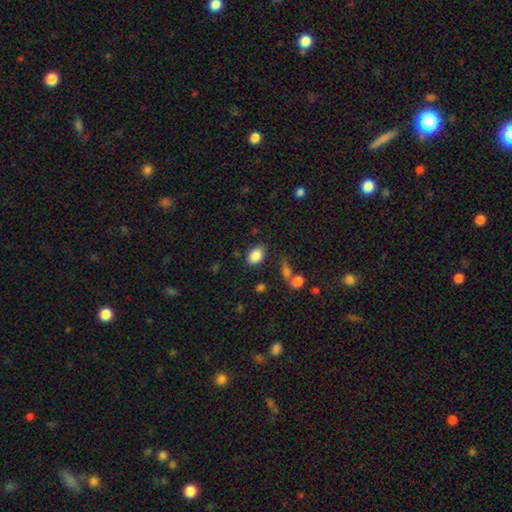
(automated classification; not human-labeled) smooth 87%, star or artifact 8%, featured or disk 5%. Down the decision tree: how rounded — in between (84%); merging — none (76%).